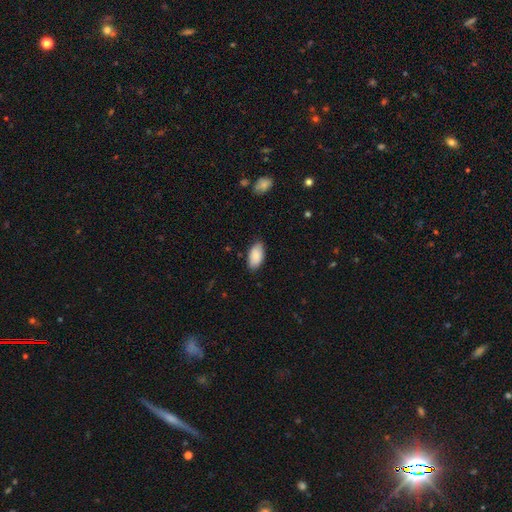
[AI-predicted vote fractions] This appears to be a smooth galaxy with no disk features (88%) that is in between round and cigar-shaped (95%). Merging: none (83%).